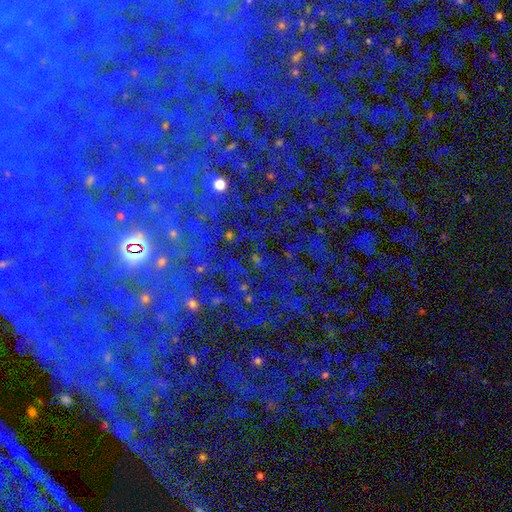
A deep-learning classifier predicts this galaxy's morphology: This is clearly a star or artifact rather than a galaxy (83%).